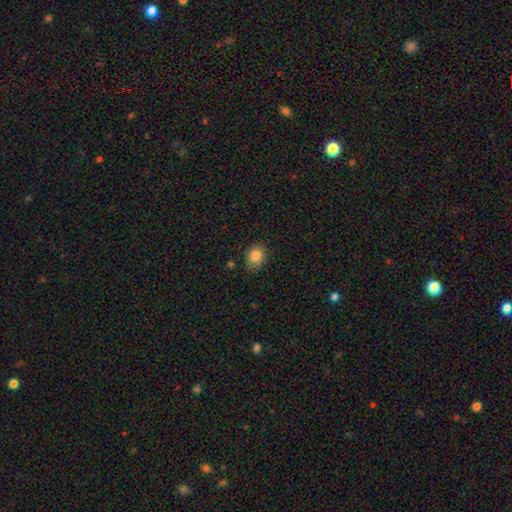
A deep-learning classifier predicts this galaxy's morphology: A smooth galaxy with no disk features (84%) that is round (57%). Merging: none (80%).